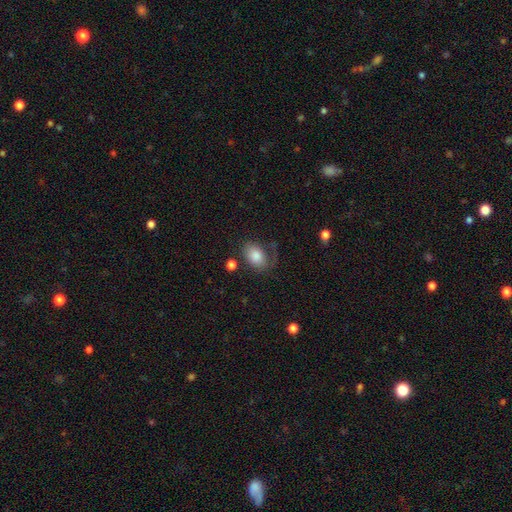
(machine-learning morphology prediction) smooth 75%, featured or disk 17%, star or artifact 8%. Down the decision tree: how rounded — in between (84%); merging — none (46%).